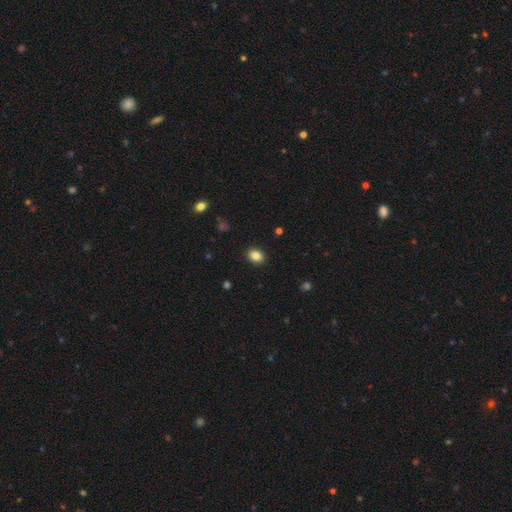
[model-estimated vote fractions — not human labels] Smooth or featured? Predicted: smooth (p=0.86). How rounded? Predicted: in between (p=0.68). Merging? Predicted: none (p=0.90).